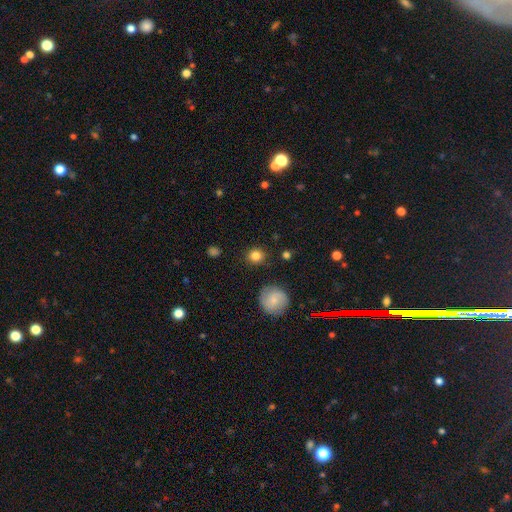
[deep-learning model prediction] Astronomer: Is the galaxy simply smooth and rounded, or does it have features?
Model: smooth — 83%.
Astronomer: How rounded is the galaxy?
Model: round — 86%.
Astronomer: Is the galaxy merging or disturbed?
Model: none — 87%.